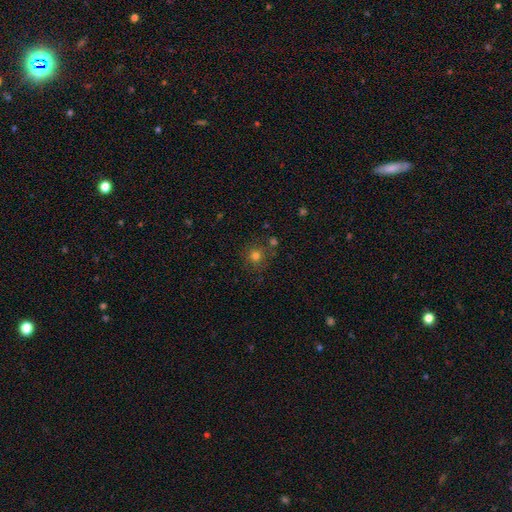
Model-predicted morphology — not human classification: smooth_or_featured: smooth (p=0.77) [alt: star or artifact p=0.16]
how_rounded: round (p=0.92) [alt: in between p=0.07]
merging: none (p=0.78) [alt: minor disturbance p=0.11]